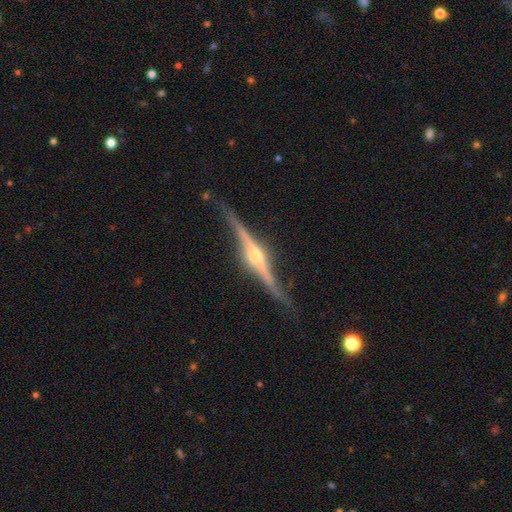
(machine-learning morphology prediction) type=featured or disk (89%); edge-on=yes (98%); edge-on bulge=rounded (92%); merging=none (84%).